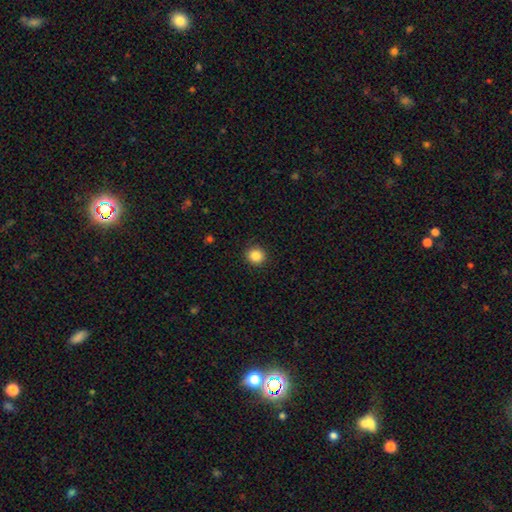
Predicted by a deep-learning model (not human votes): Smooth or featured: smooth — 86% (star or artifact — 10%)
How rounded: round — 90% (in between — 9%)
Merging: none — 91% (minor disturbance — 6%)